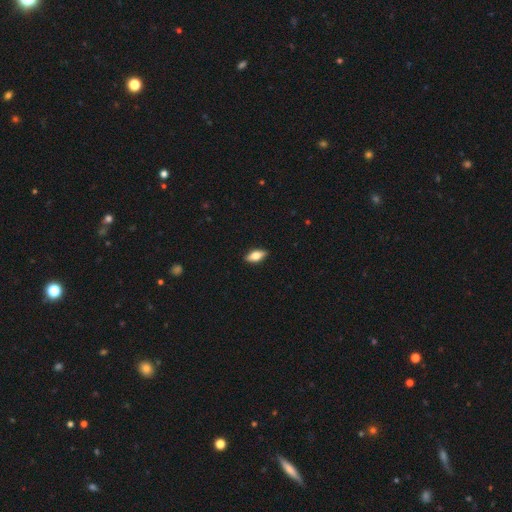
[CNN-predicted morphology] Q: Smooth or featured?
A: smooth (67%); runner-up: featured or disk (26%)
Q: How rounded?
A: in between (82%); runner-up: cigar-shaped (15%)
Q: Merging?
A: none (89%); runner-up: minor disturbance (9%)